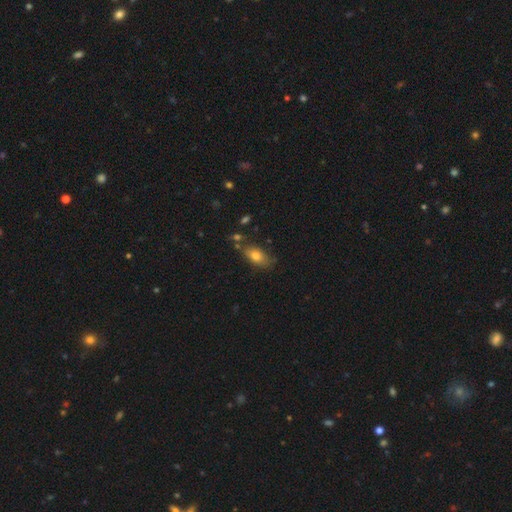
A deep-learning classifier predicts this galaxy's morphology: This appears to be a smooth galaxy with no disk features (75%) that is in between round and cigar-shaped (84%). Merging: none (69%).